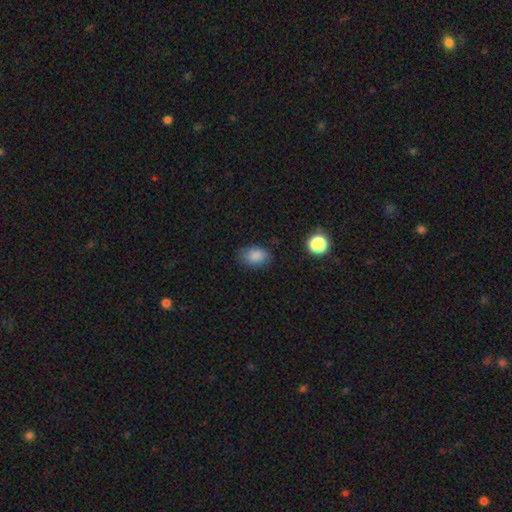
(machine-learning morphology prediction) A smooth galaxy with no disk features (86%) that is in between round and cigar-shaped (81%).

Vote fractions:
- Smooth or featured? smooth: 86% / star or artifact: 10% / featured or disk: 4%
- How rounded? in between: 81% / round: 18% / cigar-shaped: 1%
- Merging? none: 78% / minor disturbance: 17% / major disturbance: 4% / merger: 1%